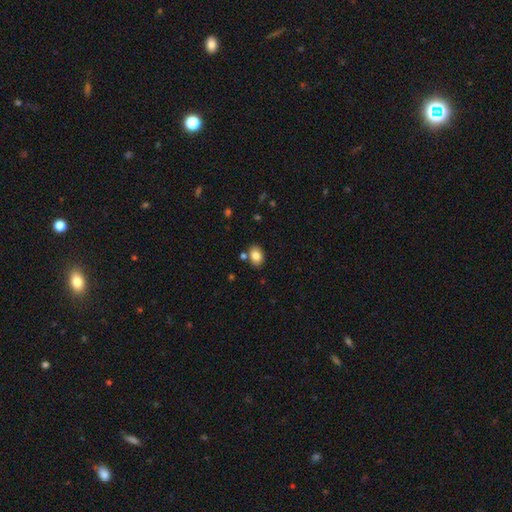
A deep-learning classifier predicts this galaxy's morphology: A smooth galaxy with no disk features (83%) that is in between round and cigar-shaped (80%). Merging: none (76%).